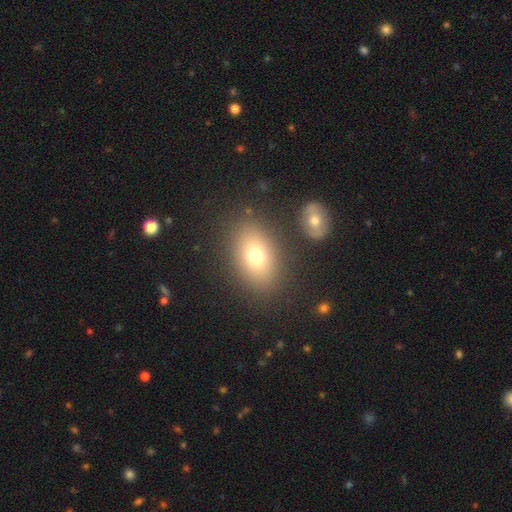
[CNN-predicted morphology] Smooth or featured?
  - smooth: 73% *
  - featured or disk: 15%
  - star or artifact: 12%
How rounded?
  - in between: 79% *
  - round: 19%
  - cigar-shaped: 2%
Merging?
  - none: 81% *
  - minor disturbance: 10%
  - merger: 5%
  - major disturbance: 4%